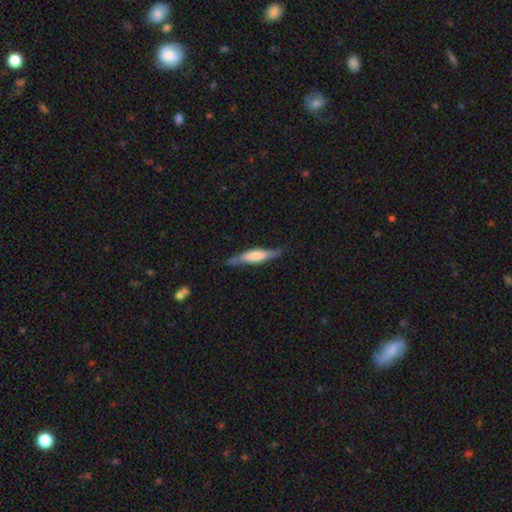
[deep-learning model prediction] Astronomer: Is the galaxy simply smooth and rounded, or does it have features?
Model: featured or disk — 53% (runner-up: smooth, 42%).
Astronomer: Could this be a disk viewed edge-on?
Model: yes — 90%.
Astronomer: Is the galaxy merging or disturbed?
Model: none — 79%.